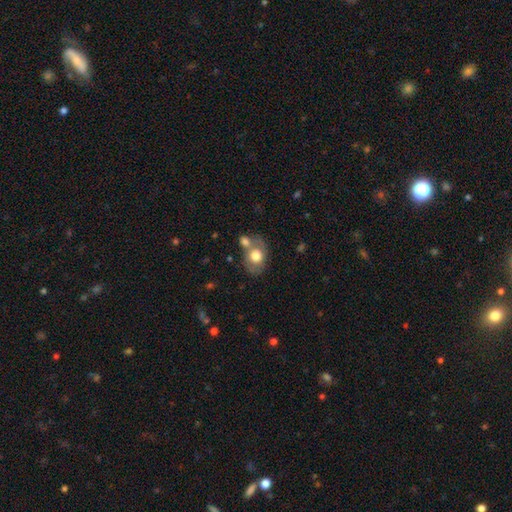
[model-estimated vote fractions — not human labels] Overall: smooth (68%). How rounded: in between (60%; round 39%). Merging: none (47%; merger 31%).